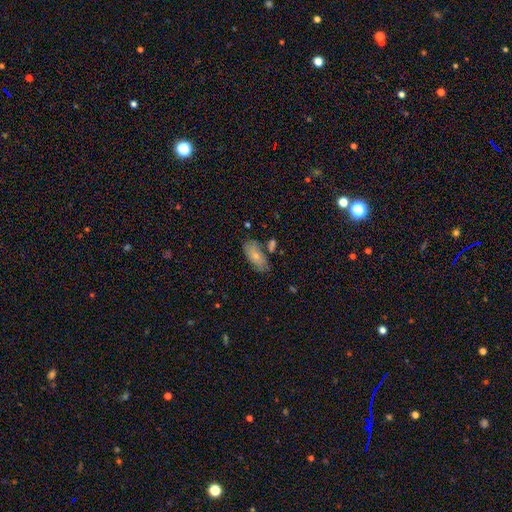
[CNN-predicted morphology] type=smooth (68%); roundness=in between (89%); merging=none (65%).